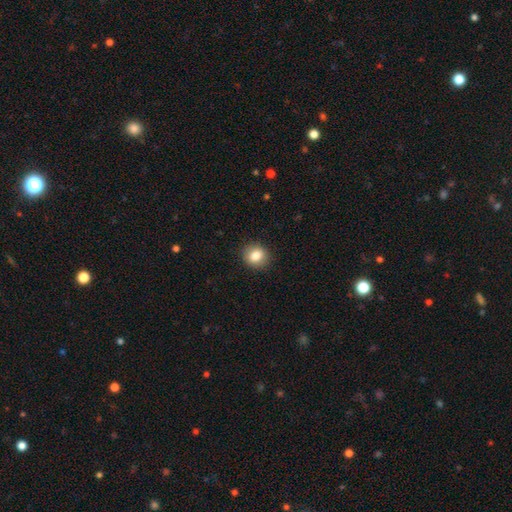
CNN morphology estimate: Q: Smooth or featured?
A: smooth (84%); runner-up: star or artifact (9%)
Q: How rounded?
A: round (71%); runner-up: in between (28%)
Q: Merging?
A: none (89%); runner-up: minor disturbance (8%)